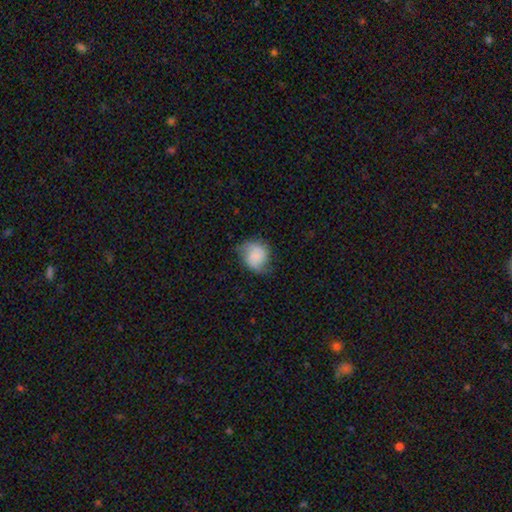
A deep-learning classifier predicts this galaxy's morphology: smooth-or-featured: smooth: 60% | featured or disk: 31% | star or artifact: 9%
  how-rounded: round: 64% | in between: 35% | cigar-shaped: 1%
  merging: none: 60% | minor disturbance: 27% | major disturbance: 11% | merger: 2%